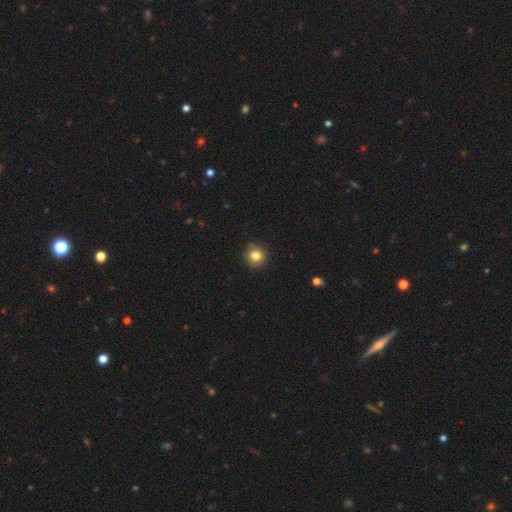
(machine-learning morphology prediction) The model was most divided on "smooth or featured": smooth: 83%, star or artifact: 11%, featured or disk: 6%. More confident: how rounded — round (92%); merging — none (89%).